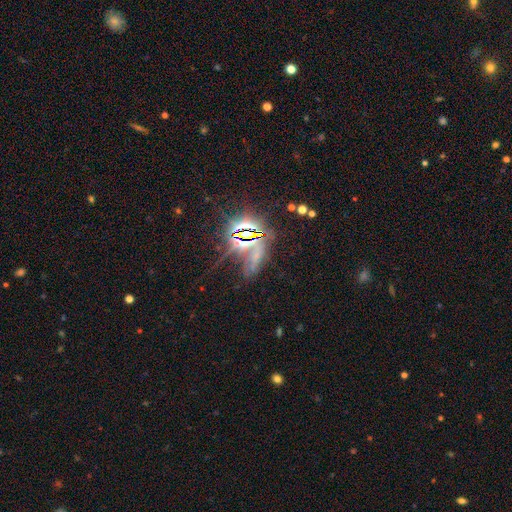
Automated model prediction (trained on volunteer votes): smooth_or_featured: star or artifact (p=0.69) [alt: smooth p=0.16]